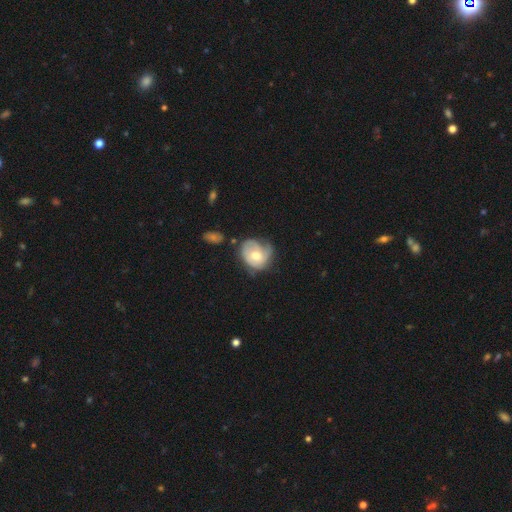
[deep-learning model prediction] Q: Smooth or featured?
A: featured or disk (50%); runner-up: smooth (43%)
Q: Merging?
A: none (45%); runner-up: minor disturbance (32%)